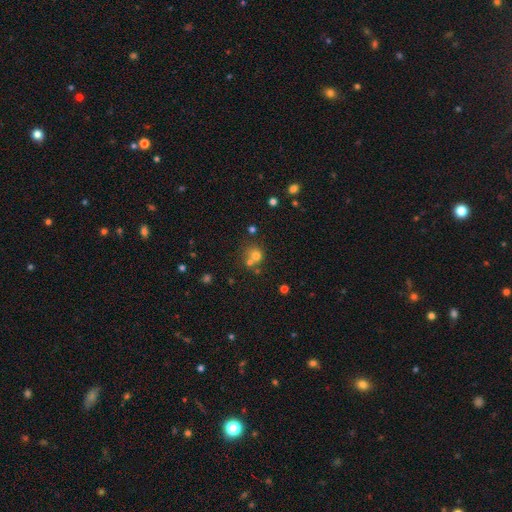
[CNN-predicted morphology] smooth_or_featured: smooth (p=0.68) [alt: star or artifact p=0.19]
how_rounded: round (p=0.83) [alt: in between p=0.16]
merging: none (p=0.47) [alt: merger p=0.40]